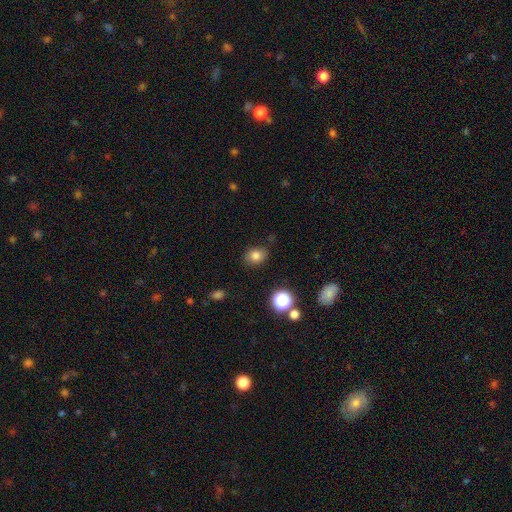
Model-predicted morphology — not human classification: A smooth galaxy with no disk features (78%) that is in between round and cigar-shaped (51%). Merging: none (81%).